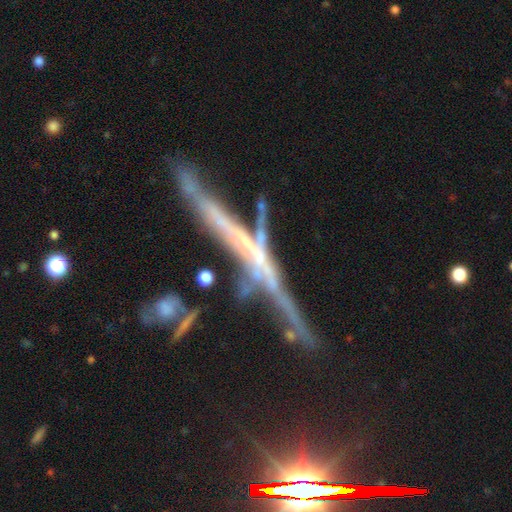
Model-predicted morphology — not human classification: featured or disk 73%, star or artifact 15%, smooth 12%. Down the decision tree: edge-on disk — yes (88%); edge-on bulge — none (68%); merging — none (45%).